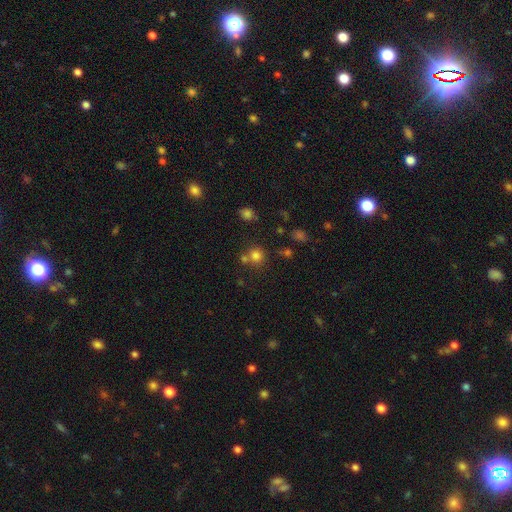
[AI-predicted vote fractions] The model was most divided on "merging": none: 64%, merger: 23%, minor disturbance: 9%, major disturbance: 4%. More confident: how rounded — round (89%); smooth or featured — smooth (77%).